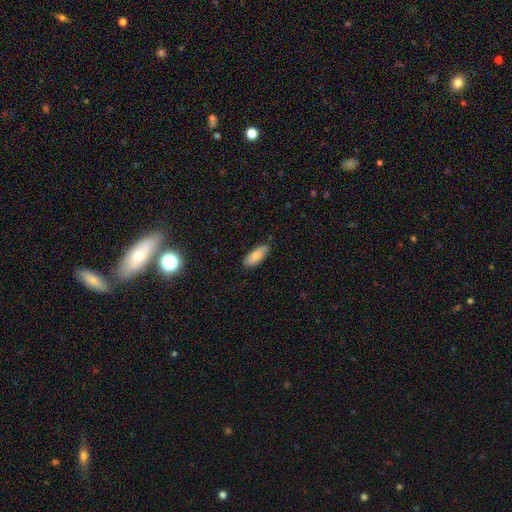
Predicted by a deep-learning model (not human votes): Smooth or featured? smooth (79%)
How rounded? in between (74%)
Merging? none (81%)